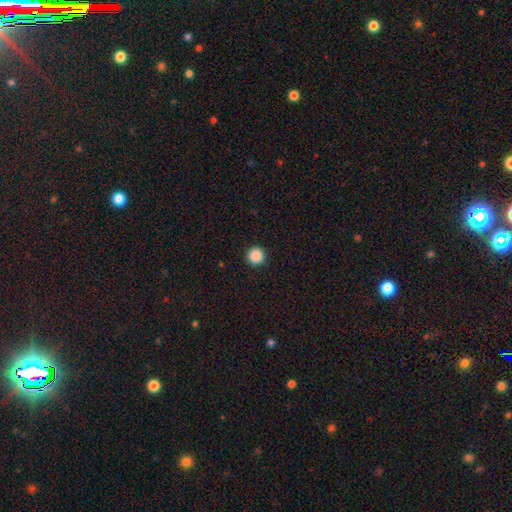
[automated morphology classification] type=smooth (88%); roundness=round (96%); merging=none (93%).